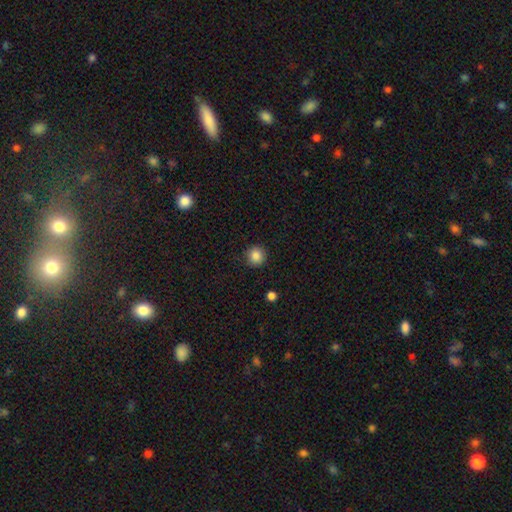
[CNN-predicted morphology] This is clearly a smooth galaxy (86%). How rounded: clearly round (94%). Merging: clearly none (91%).